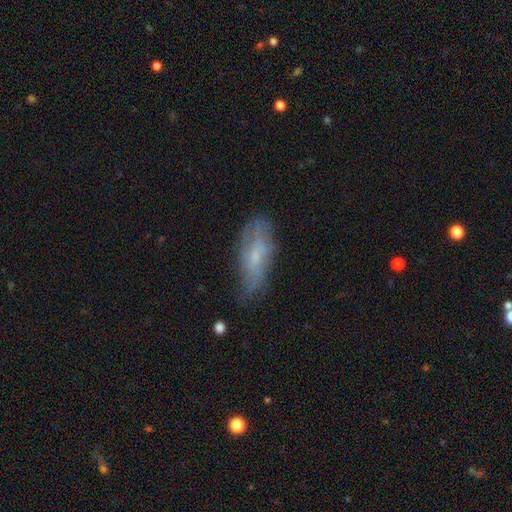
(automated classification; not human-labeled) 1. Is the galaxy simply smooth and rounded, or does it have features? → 48% featured or disk, 44% smooth, 8% star or artifact.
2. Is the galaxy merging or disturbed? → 59% none, 29% minor disturbance, 10% major disturbance, 2% merger.